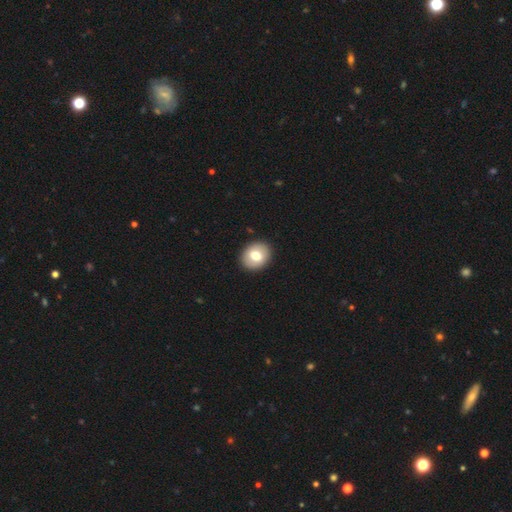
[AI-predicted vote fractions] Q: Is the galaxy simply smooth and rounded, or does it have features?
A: smooth — 74%.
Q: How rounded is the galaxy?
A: round — 63%.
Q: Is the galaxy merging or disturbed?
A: none — 91%.